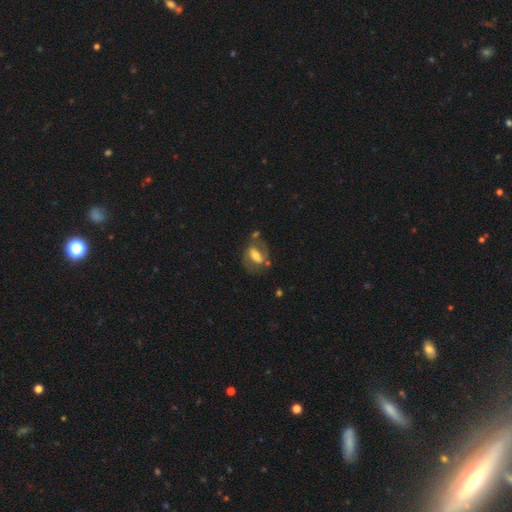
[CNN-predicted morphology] Overall: featured or disk (56%; smooth 37%). Edge-on disk: no (91%). Bar: strong (40%; weak 34%). Spiral arms: yes (62%; no 38%). Bulge size: moderate (48%; large 25%). Merging: none (55%; minor disturbance 20%).